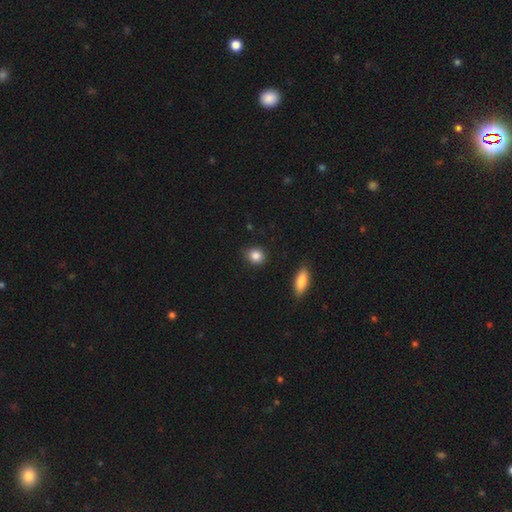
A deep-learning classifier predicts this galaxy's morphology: Smooth or featured?
  - smooth: 87% *
  - star or artifact: 9%
  - featured or disk: 4%
How rounded?
  - round: 71% *
  - in between: 27%
  - cigar-shaped: 2%
Merging?
  - none: 86% *
  - minor disturbance: 10%
  - major disturbance: 2%
  - merger: 2%